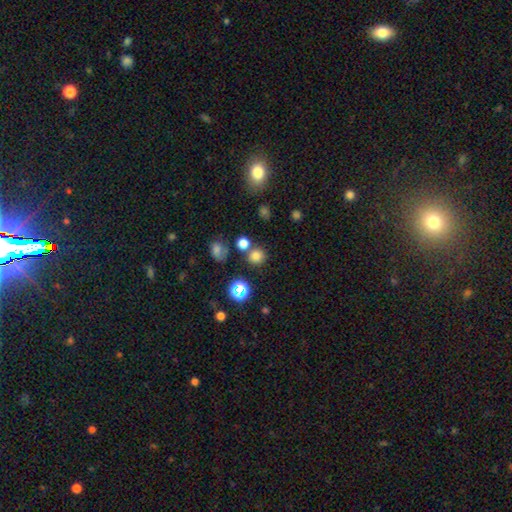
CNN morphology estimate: Q: Smooth or featured?
A: smooth (74%); runner-up: star or artifact (20%)
Q: How rounded?
A: round (89%); runner-up: in between (10%)
Q: Merging?
A: none (76%); runner-up: merger (12%)